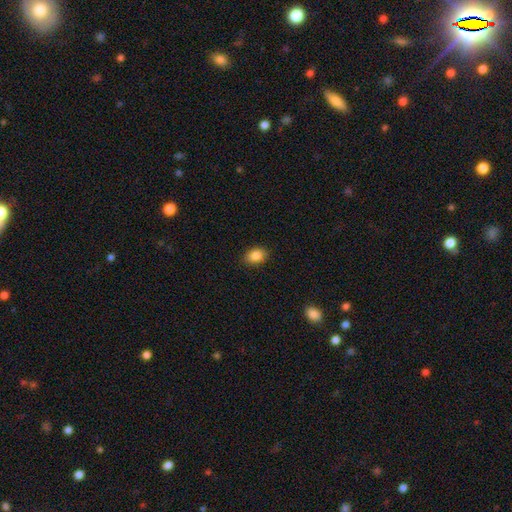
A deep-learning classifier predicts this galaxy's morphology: smooth-or-featured: smooth: 87% | star or artifact: 9% | featured or disk: 5%
  how-rounded: in between: 76% | round: 23% | cigar-shaped: 1%
  merging: none: 88% | minor disturbance: 9% | major disturbance: 2% | merger: 1%